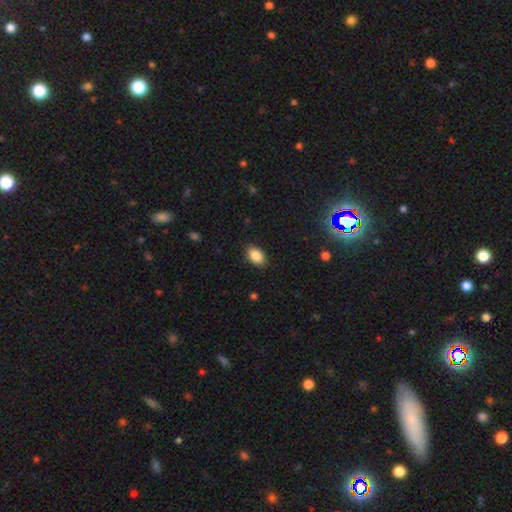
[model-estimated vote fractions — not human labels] smooth_or_featured: smooth (p=0.86) [alt: star or artifact p=0.08]
how_rounded: in between (p=0.89) [alt: round p=0.09]
merging: none (p=0.86) [alt: minor disturbance p=0.10]